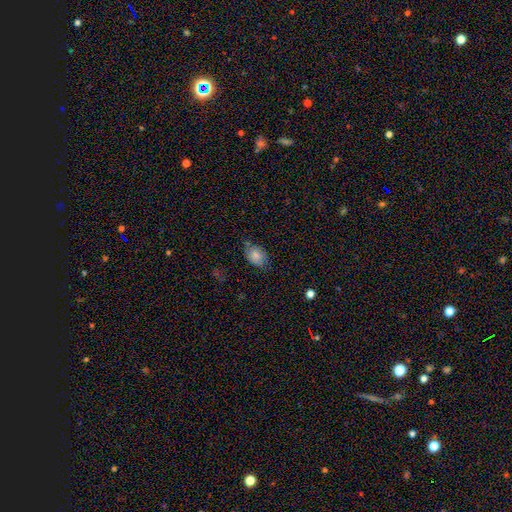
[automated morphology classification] A smooth galaxy with no disk features (82%) that is in between round and cigar-shaped (78%).

Vote fractions:
- Smooth or featured? smooth: 82% / featured or disk: 9% / star or artifact: 8%
- How rounded? in between: 78% / round: 21% / cigar-shaped: 1%
- Merging? none: 67% / minor disturbance: 25% / major disturbance: 5% / merger: 3%